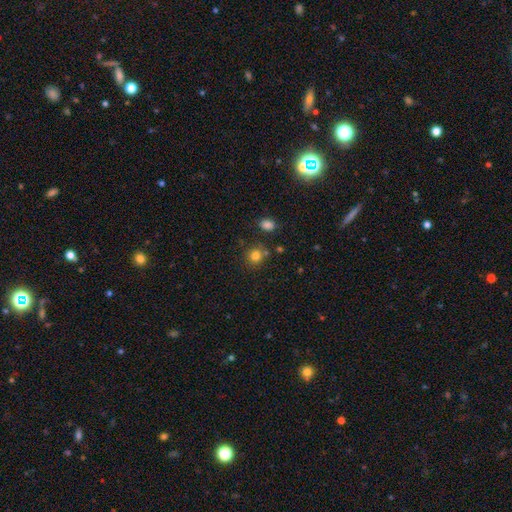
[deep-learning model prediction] smooth 81%, star or artifact 13%, featured or disk 6%. Down the decision tree: how rounded — round (87%); merging — none (78%).